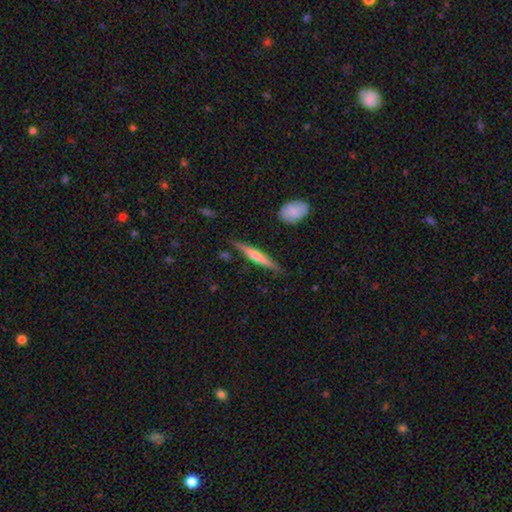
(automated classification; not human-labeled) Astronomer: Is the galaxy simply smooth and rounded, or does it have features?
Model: featured or disk — 49% (runner-up: smooth, 45%).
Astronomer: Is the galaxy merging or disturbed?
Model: none — 81%.